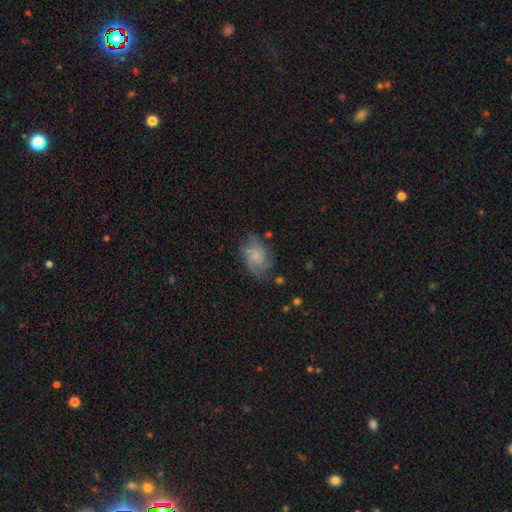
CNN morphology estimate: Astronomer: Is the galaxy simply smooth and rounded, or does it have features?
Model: featured or disk — 57% (runner-up: smooth, 34%).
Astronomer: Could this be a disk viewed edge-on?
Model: no — 97%.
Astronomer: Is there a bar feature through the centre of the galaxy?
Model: no — 78%.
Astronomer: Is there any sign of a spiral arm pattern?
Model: yes — 87%.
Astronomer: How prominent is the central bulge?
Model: small — 61%.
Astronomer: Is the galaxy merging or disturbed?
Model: none — 61%.